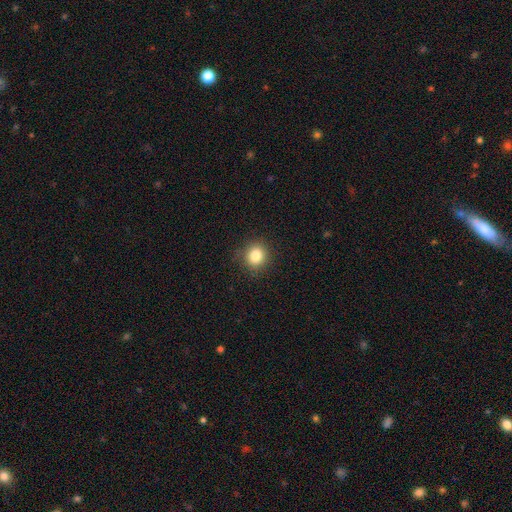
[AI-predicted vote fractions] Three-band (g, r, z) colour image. It shows a smooth galaxy with no disk features (83%) that is round (85%). Merging: none (88%).